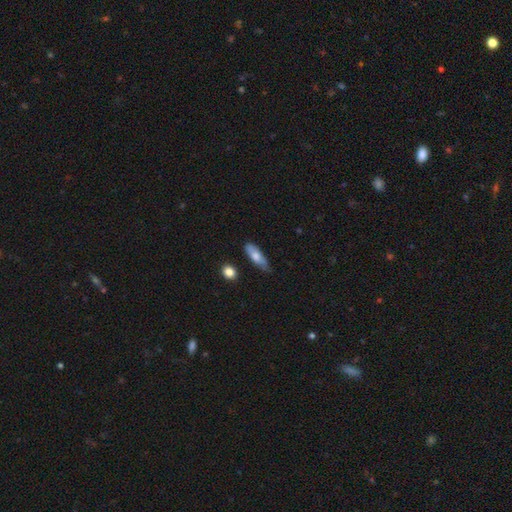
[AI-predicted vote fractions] Q: Smooth or featured?
A: smooth (71%); runner-up: featured or disk (23%)
Q: How rounded?
A: in between (56%); runner-up: cigar-shaped (41%)
Q: Merging?
A: none (60%); runner-up: minor disturbance (30%)